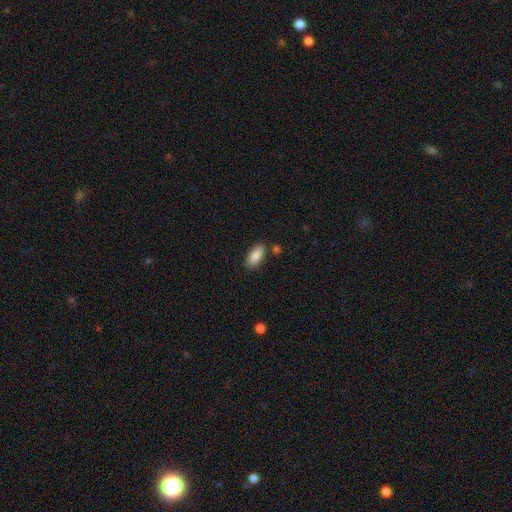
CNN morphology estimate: smooth-or-featured: smooth: 87% | star or artifact: 7% | featured or disk: 6%
  how-rounded: in between: 87% | cigar-shaped: 11% | round: 2%
  merging: none: 81% | minor disturbance: 12% | merger: 5% | major disturbance: 3%